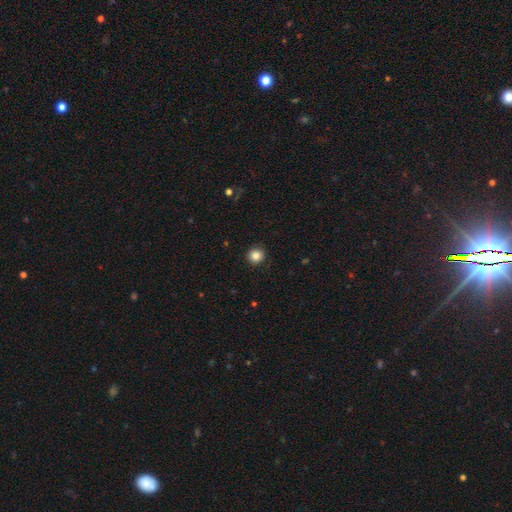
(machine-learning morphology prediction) Smooth or featured?
  - smooth: 85% *
  - star or artifact: 11%
  - featured or disk: 4%
How rounded?
  - round: 93% *
  - in between: 6%
  - cigar-shaped: 1%
Merging?
  - none: 92% *
  - minor disturbance: 6%
  - major disturbance: 2%
  - merger: 1%